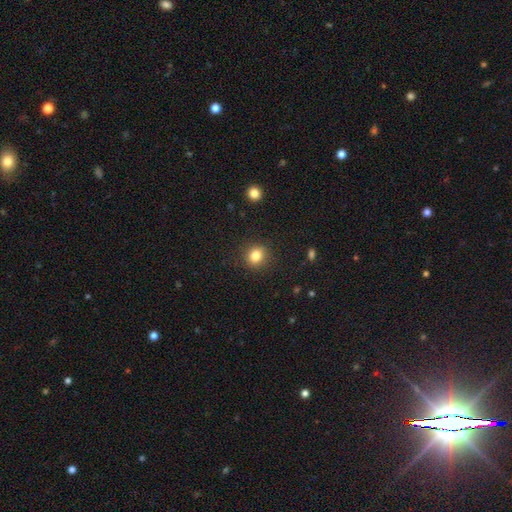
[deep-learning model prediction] smooth_or_featured: smooth (p=0.83) [alt: star or artifact p=0.11]
how_rounded: round (p=0.76) [alt: in between p=0.23]
merging: none (p=0.89) [alt: minor disturbance p=0.08]